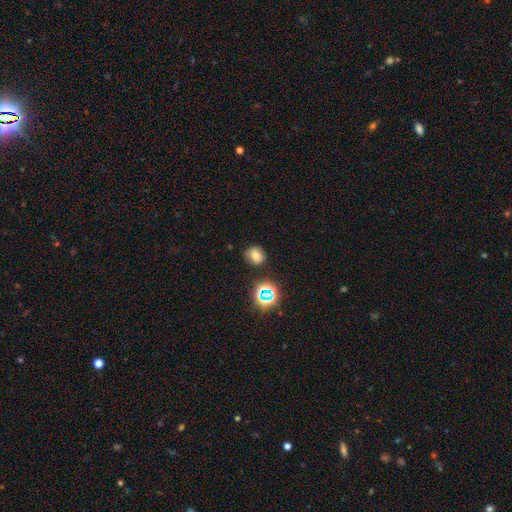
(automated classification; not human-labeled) Smooth or featured? Predicted: smooth (p=0.71). How rounded? Predicted: round (p=0.66). Merging? Predicted: none (p=0.80).